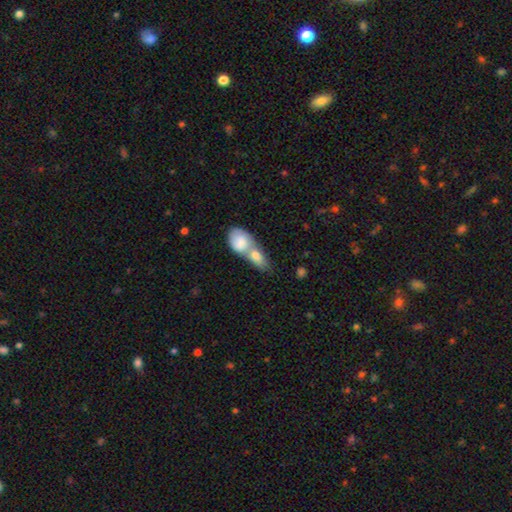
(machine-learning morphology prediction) type=smooth (78%); roundness=in between (80%); merging=merger (77%).